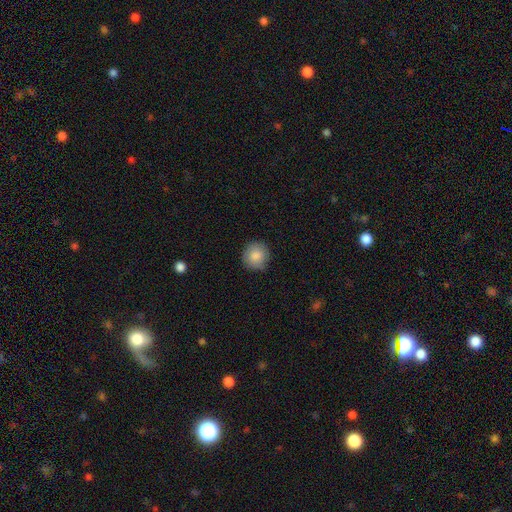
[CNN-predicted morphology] A smooth galaxy with no disk features (86%) that is round (93%). Merging: none (86%).